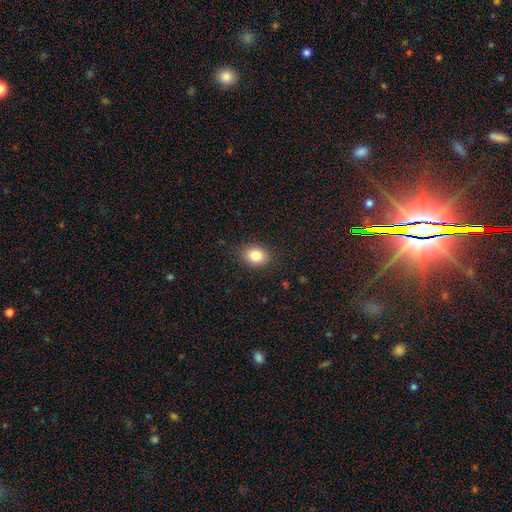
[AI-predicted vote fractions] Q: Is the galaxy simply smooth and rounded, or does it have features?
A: smooth — 84%.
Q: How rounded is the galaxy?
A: in between — 58%.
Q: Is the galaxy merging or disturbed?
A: none — 88%.